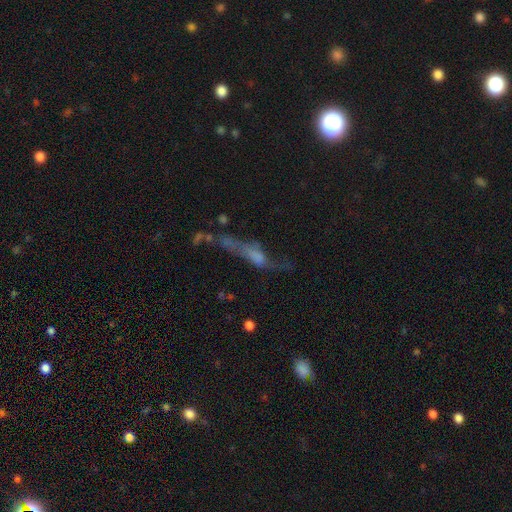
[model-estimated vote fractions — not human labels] Overall: smooth (44%; featured or disk 40%). Merging: major disturbance (40%; none 24%).